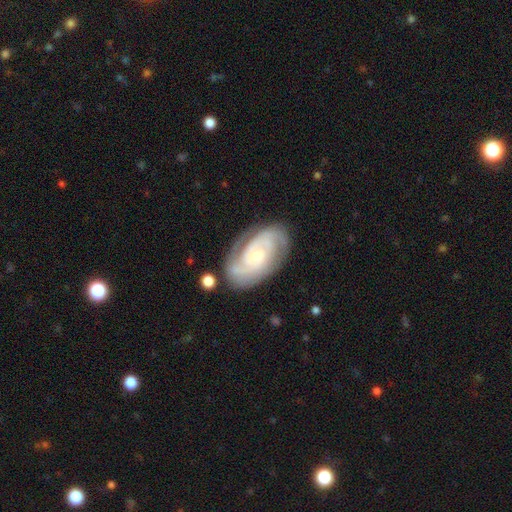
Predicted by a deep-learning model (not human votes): Smooth or featured?
  - featured or disk: 86% *
  - smooth: 9%
  - star or artifact: 5%
Edge-on disk?
  - no: 96% *
  - yes: 4%
Bar?
  - no: 68% *
  - weak: 25%
  - strong: 7%
Spiral arms?
  - yes: 96% *
  - no: 4%
Spiral winding?
  - tight: 59% *
  - medium: 33%
  - loose: 7%
Spiral arm count?
  - 2: 57% *
  - 3: 17%
  - can't tell: 16%
  - 4: 4%
  - 1: 3%
  - more than 4: 3%
Bulge size?
  - small: 67% *
  - moderate: 28%
  - large: 2%
  - none: 2%
  - dominant: 1%
Merging?
  - none: 78% *
  - minor disturbance: 15%
  - major disturbance: 5%
  - merger: 2%